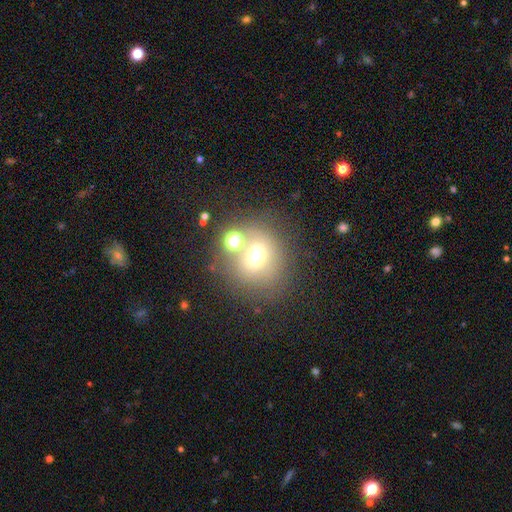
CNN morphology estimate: Smooth or featured? smooth (60%)
How rounded? round (74%)
Merging? none (60%)